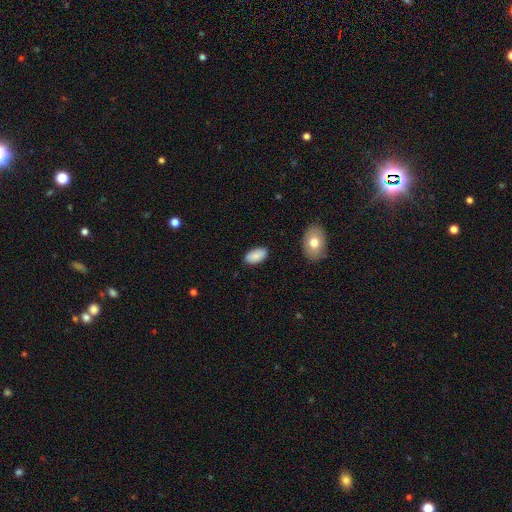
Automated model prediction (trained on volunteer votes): Q: Smooth or featured?
A: smooth (87%); runner-up: star or artifact (7%)
Q: How rounded?
A: in between (95%); runner-up: round (3%)
Q: Merging?
A: none (85%); runner-up: minor disturbance (11%)